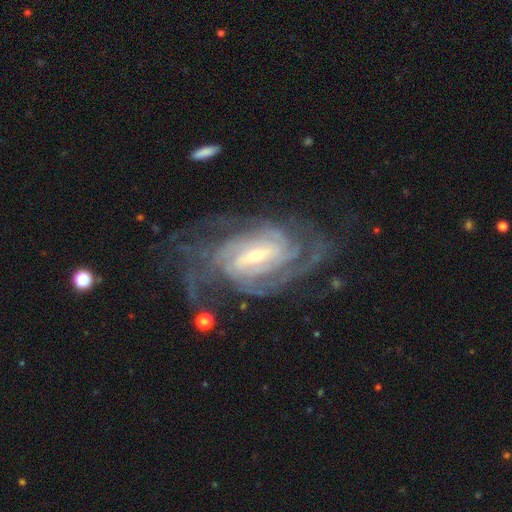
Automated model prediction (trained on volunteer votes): Smooth or featured? featured or disk (91%)
Edge-on disk? no (96%)
Bar? weak (43%)
Spiral arms? yes (98%)
Spiral winding? tight (61%)
Spiral arm count? can't tell (23%)
Bulge size? small (56%)
Merging? none (63%)